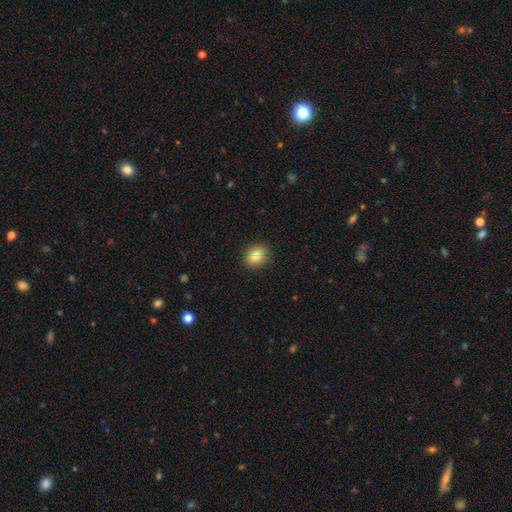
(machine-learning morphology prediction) smooth-or-featured: smooth: 73% | star or artifact: 16% | featured or disk: 11%
  how-rounded: round: 73% | in between: 25% | cigar-shaped: 2%
  merging: none: 86% | minor disturbance: 8% | merger: 3% | major disturbance: 2%